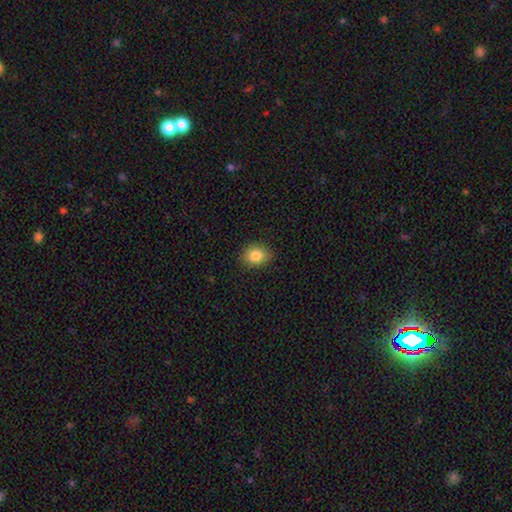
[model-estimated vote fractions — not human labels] smooth 83%, star or artifact 10%, featured or disk 7%. Down the decision tree: how rounded — round (53%); merging — none (87%).